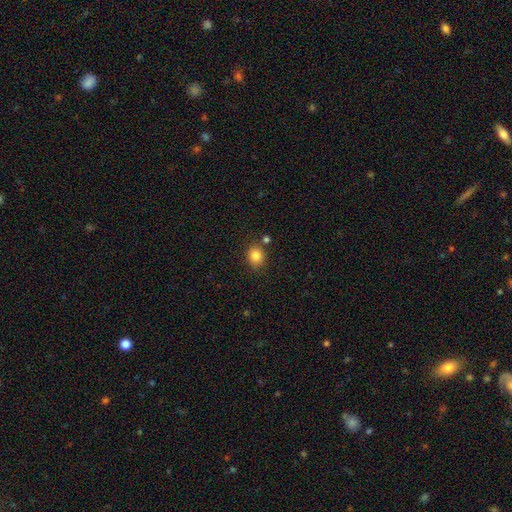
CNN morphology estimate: Smooth or featured: smooth — 84% (star or artifact — 11%)
How rounded: round — 69% (in between — 30%)
Merging: none — 78% (minor disturbance — 11%)